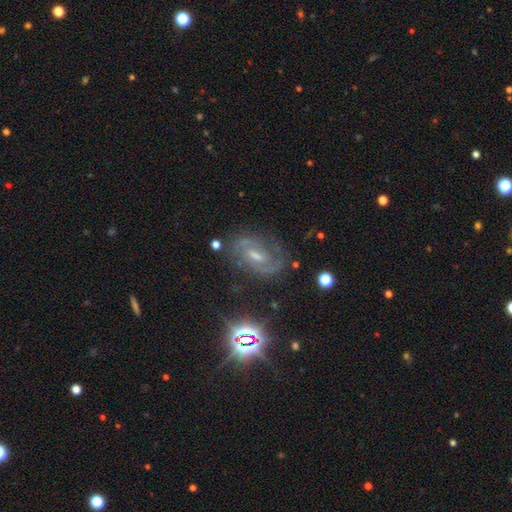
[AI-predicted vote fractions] The model was most divided on "bulge size": small: 46%, moderate: 44%, none: 6%, large: 3%, dominant: 1%. Remaining: edge-on disk — no (96%); spiral arms — yes (95%); smooth or featured — featured or disk (78%); spiral arm count — 2 (76%); merging — none (74%); bar — weak (56%); spiral winding — medium (48%).